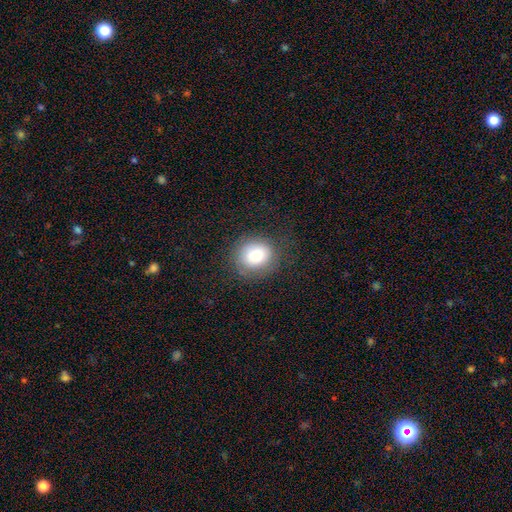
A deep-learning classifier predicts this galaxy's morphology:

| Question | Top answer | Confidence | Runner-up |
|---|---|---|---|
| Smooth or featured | smooth | 77% | featured or disk (13%) |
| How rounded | round | 77% | in between (22%) |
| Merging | none | 76% | minor disturbance (15%) |